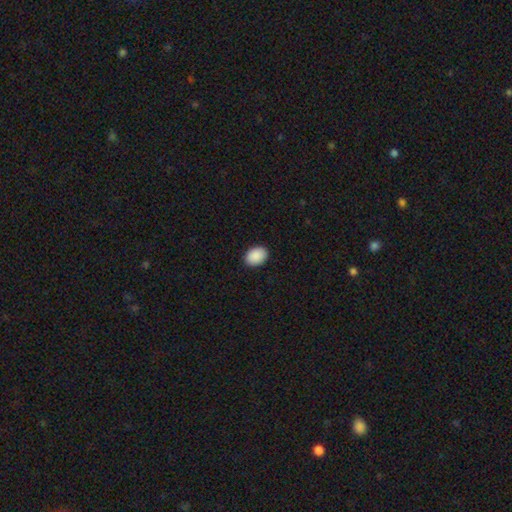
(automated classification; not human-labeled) This is clearly a smooth galaxy (91%). How rounded: likely in between (74%). Merging: clearly none (91%).